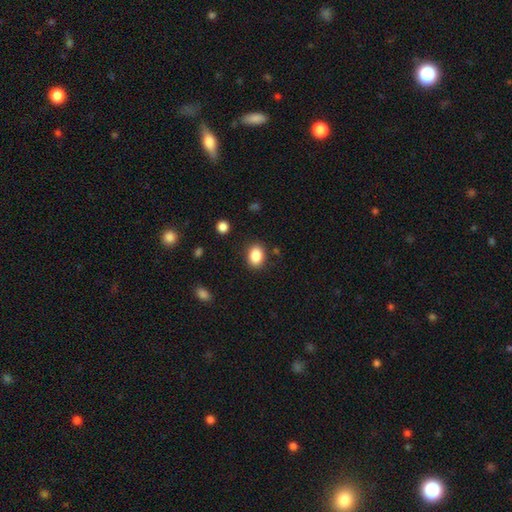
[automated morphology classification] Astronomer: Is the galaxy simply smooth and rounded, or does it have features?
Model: smooth — 87%.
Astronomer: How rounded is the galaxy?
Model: in between — 71%.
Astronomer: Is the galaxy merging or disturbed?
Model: none — 85%.